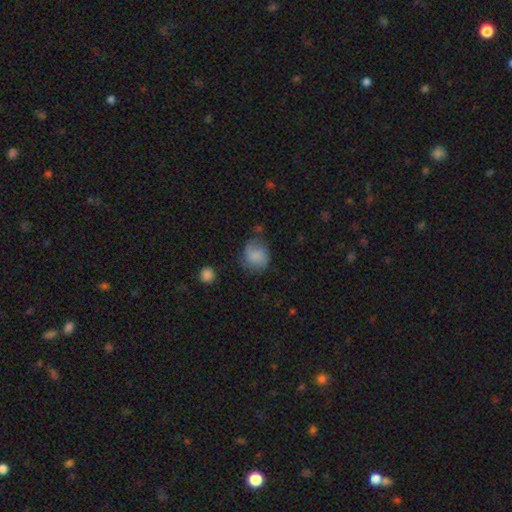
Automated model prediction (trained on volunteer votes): Smooth or featured?
  - smooth: 71% *
  - featured or disk: 20%
  - star or artifact: 9%
How rounded?
  - round: 72% *
  - in between: 27%
  - cigar-shaped: 1%
Merging?
  - none: 56% *
  - minor disturbance: 28%
  - major disturbance: 13%
  - merger: 3%